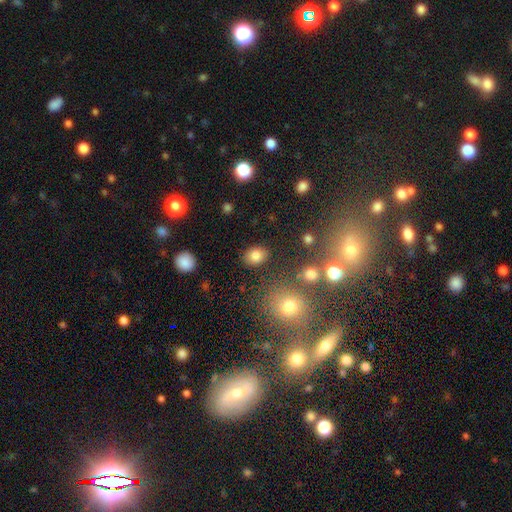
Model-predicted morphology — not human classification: type=smooth (81%); roundness=in between (60%); merging=none (86%).